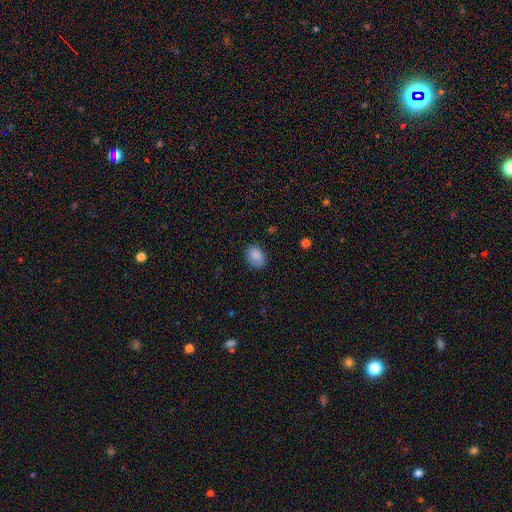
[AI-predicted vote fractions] Overall: smooth (87%). How rounded: in between (67%; round 32%). Merging: none (82%).